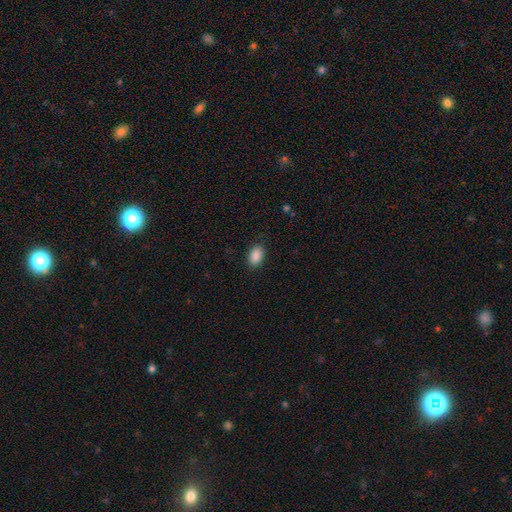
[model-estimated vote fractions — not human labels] smooth 90%, star or artifact 7%, featured or disk 3%. Down the decision tree: how rounded — in between (90%); merging — none (87%).